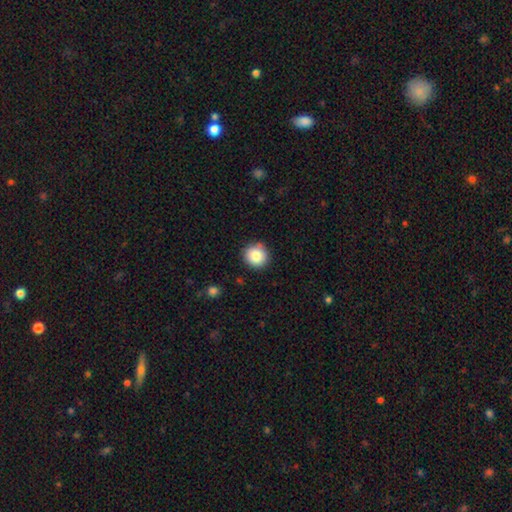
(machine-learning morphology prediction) A smooth galaxy with no disk features (84%) that is round (92%).

Vote fractions:
- Smooth or featured? smooth: 84% / star or artifact: 9% / featured or disk: 7%
- How rounded? round: 92% / in between: 7% / cigar-shaped: 1%
- Merging? none: 87% / minor disturbance: 9% / merger: 2% / major disturbance: 2%